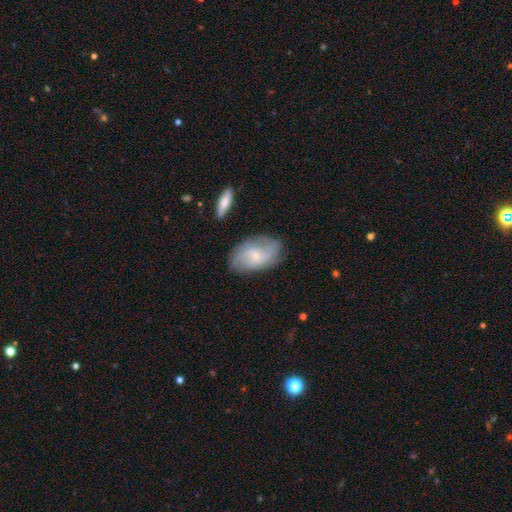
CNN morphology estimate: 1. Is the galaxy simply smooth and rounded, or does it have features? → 66% featured or disk, 27% smooth, 7% star or artifact.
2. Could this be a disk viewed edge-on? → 95% no, 5% yes.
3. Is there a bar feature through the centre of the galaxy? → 60% no, 35% weak, 5% strong.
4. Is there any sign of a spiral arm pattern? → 89% yes, 11% no.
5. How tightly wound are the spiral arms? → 43% medium, 30% tight, 26% loose.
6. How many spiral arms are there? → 48% 2, 28% can't tell, 12% 3, 4% 4, 4% 1, 3% more than 4.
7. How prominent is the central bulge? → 74% small, 20% moderate, 4% none, 1% large, 1% dominant.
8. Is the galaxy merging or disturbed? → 74% none, 18% minor disturbance, 6% major disturbance, 2% merger.